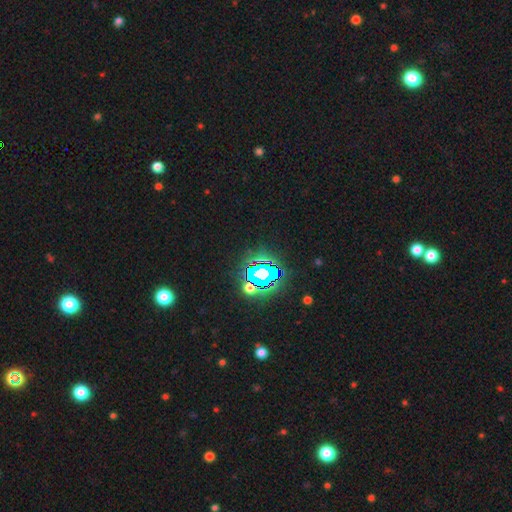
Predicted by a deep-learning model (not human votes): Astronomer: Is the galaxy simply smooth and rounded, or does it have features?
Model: star or artifact — 83%.